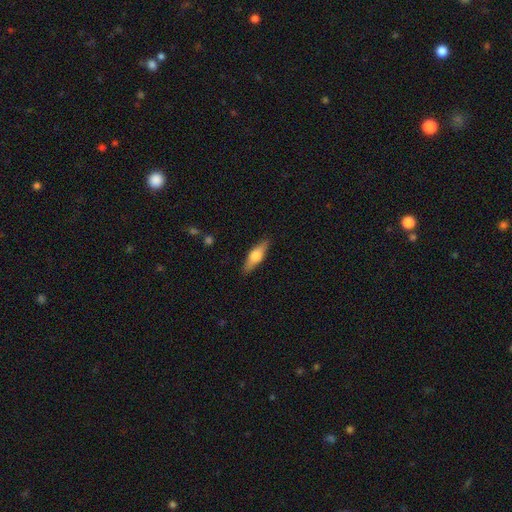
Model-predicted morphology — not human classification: Smooth or featured?
  - smooth: 51% *
  - featured or disk: 43%
  - star or artifact: 6%
How rounded?
  - cigar-shaped: 51% *
  - in between: 46%
  - round: 3%
Merging?
  - none: 88% *
  - minor disturbance: 9%
  - major disturbance: 2%
  - merger: 1%